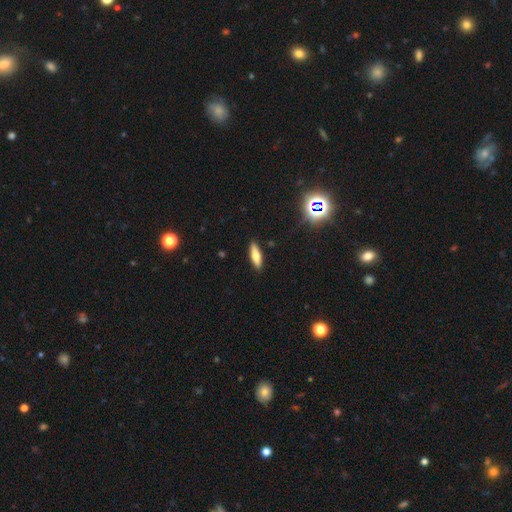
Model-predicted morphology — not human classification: Smooth or featured?
  - smooth: 65% *
  - featured or disk: 26%
  - star or artifact: 9%
How rounded?
  - cigar-shaped: 57% *
  - in between: 41%
  - round: 2%
Merging?
  - none: 89% *
  - minor disturbance: 8%
  - major disturbance: 2%
  - merger: 1%